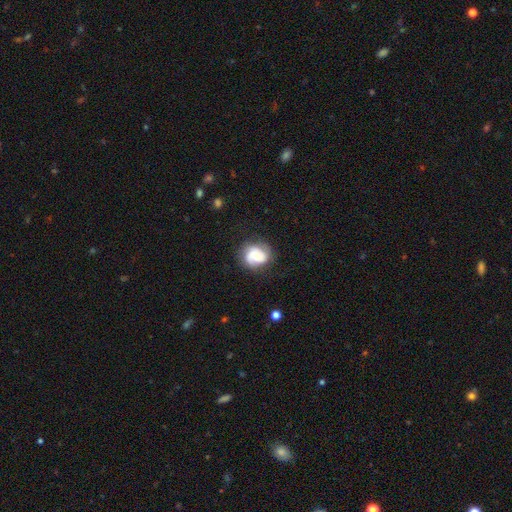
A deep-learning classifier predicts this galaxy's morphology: A featured or disk galaxy (47%). Merging: none (71%).